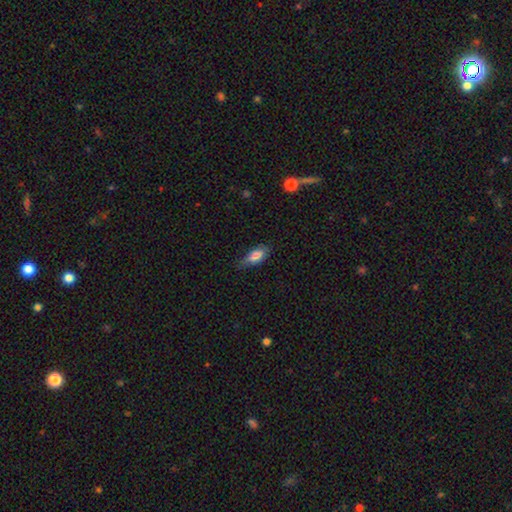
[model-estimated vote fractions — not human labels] Q: Smooth or featured?
A: smooth (83%); runner-up: featured or disk (10%)
Q: How rounded?
A: in between (78%); runner-up: cigar-shaped (20%)
Q: Merging?
A: none (64%); runner-up: minor disturbance (29%)